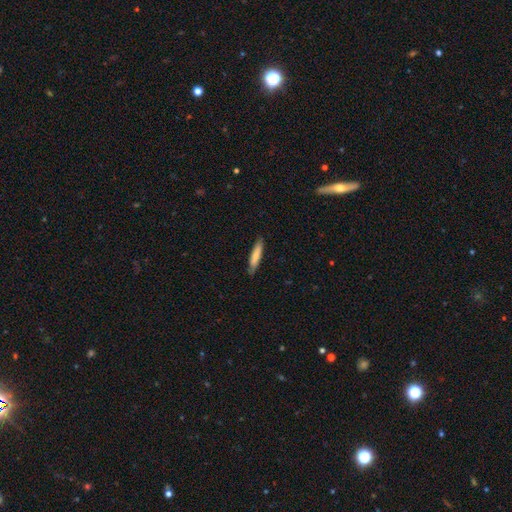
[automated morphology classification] smooth-or-featured: smooth: 73% | featured or disk: 21% | star or artifact: 6%
  how-rounded: cigar-shaped: 87% | in between: 12% | round: 1%
  merging: none: 83% | minor disturbance: 14% | major disturbance: 2% | merger: 1%